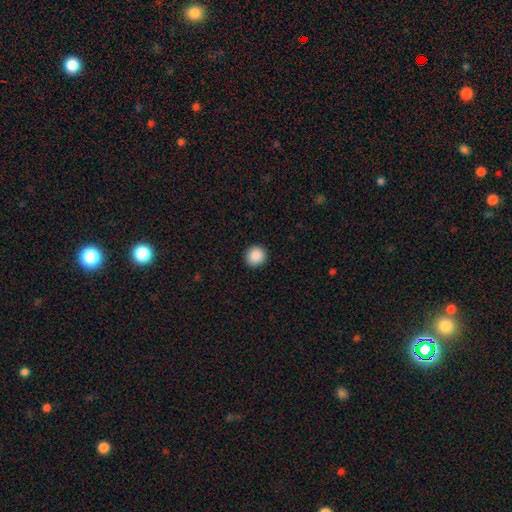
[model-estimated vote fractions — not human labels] smooth_or_featured: smooth (p=0.89) [alt: star or artifact p=0.08]
how_rounded: round (p=0.92) [alt: in between p=0.07]
merging: none (p=0.92) [alt: minor disturbance p=0.05]